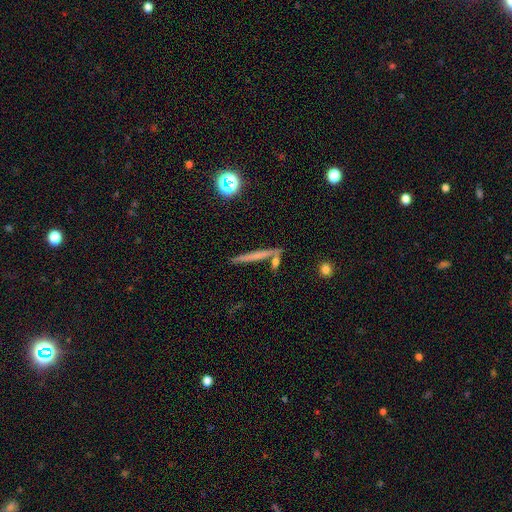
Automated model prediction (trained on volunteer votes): This appears to be a smooth galaxy with no disk features (51%) that is cigar-shaped (93%). Merging: none (77%).